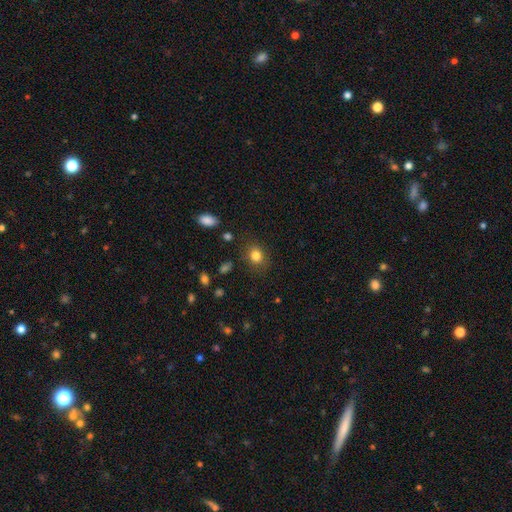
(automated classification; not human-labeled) Smooth or featured: smooth — 82% (star or artifact — 11%)
How rounded: round — 60% (in between — 39%)
Merging: none — 82% (minor disturbance — 13%)